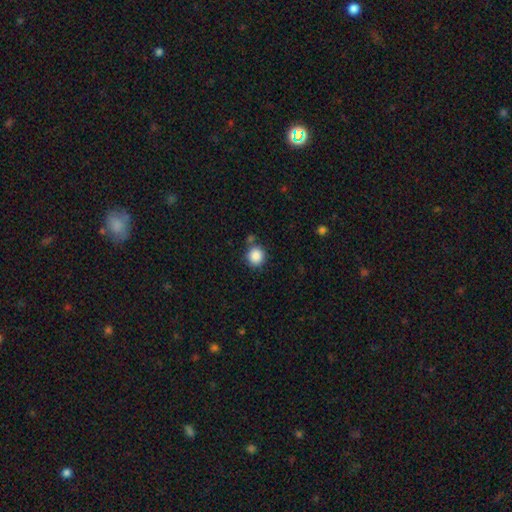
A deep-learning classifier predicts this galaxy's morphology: A smooth galaxy with no disk features (87%) that is round (91%). Merging: none (79%).